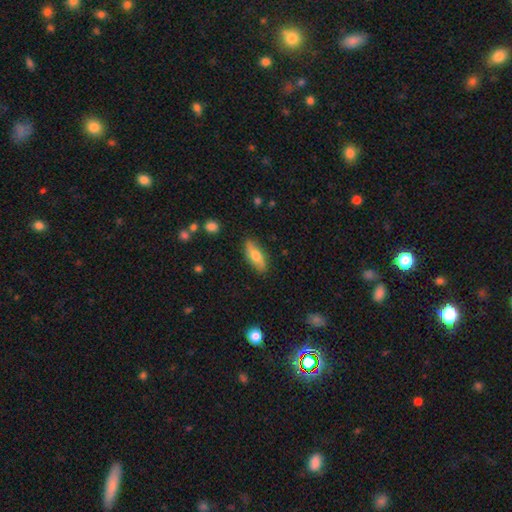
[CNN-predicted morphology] A smooth galaxy with no disk features (66%) that is in between round and cigar-shaped (68%).

Vote fractions:
- Smooth or featured? smooth: 66% / featured or disk: 27% / star or artifact: 6%
- How rounded? in between: 68% / cigar-shaped: 29% / round: 3%
- Merging? none: 85% / minor disturbance: 12% / major disturbance: 2% / merger: 1%